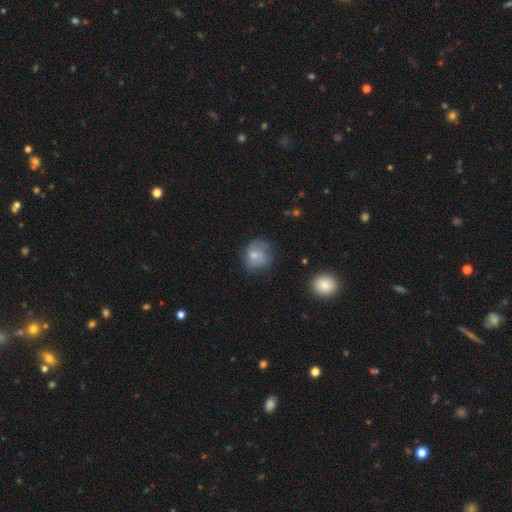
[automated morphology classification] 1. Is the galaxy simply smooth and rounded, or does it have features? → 63% smooth, 28% featured or disk, 9% star or artifact.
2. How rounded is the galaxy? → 71% round, 28% in between, 1% cigar-shaped.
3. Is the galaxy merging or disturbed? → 53% none, 30% minor disturbance, 15% major disturbance, 2% merger.